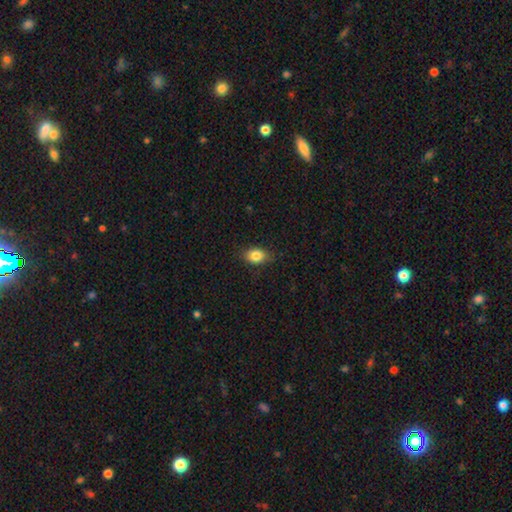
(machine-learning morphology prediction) smooth_or_featured: smooth (p=0.84) [alt: star or artifact p=0.09]
how_rounded: in between (p=0.74) [alt: round p=0.24]
merging: none (p=0.81) [alt: minor disturbance p=0.15]